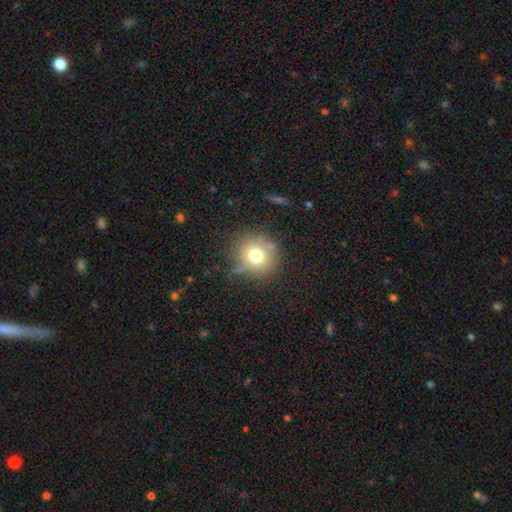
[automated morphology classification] This is likely a smooth galaxy (71%). How rounded: clearly round (87%). Merging: likely none (74%).